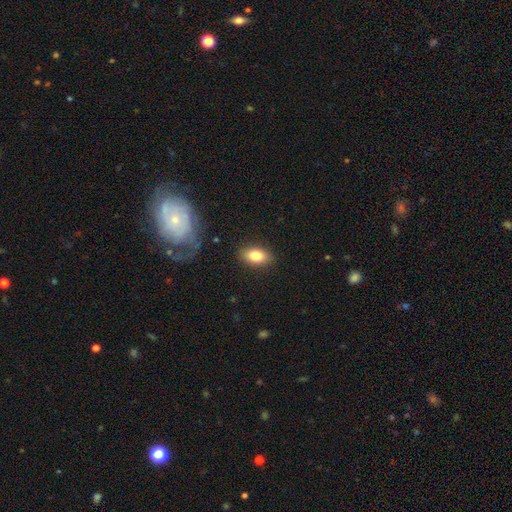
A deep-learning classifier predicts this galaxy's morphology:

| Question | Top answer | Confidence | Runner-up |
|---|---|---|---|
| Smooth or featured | smooth | 83% | featured or disk (10%) |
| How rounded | in between | 89% | round (7%) |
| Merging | none | 87% | minor disturbance (9%) |